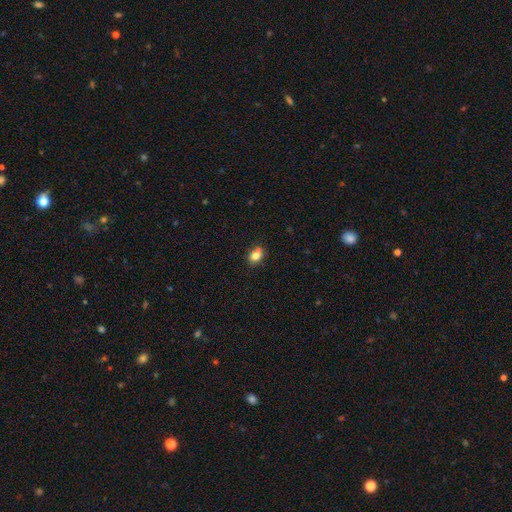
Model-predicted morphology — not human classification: This appears to be a smooth galaxy with no disk features (76%) that is round (53%). Merging: none (63%).